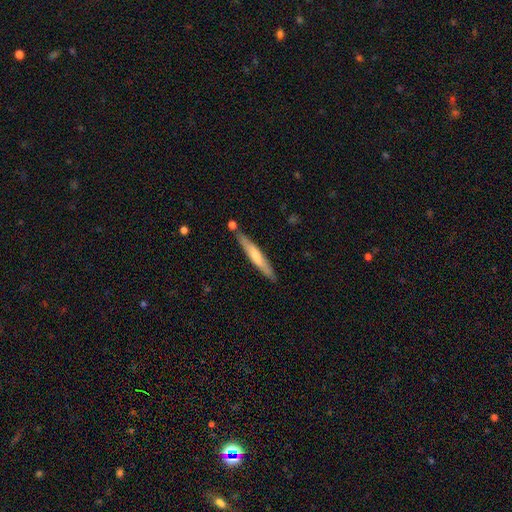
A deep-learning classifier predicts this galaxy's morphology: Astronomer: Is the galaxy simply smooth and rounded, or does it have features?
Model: smooth — 57% (runner-up: featured or disk, 38%).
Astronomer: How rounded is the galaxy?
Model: cigar-shaped — 94%.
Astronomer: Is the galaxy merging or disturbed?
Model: none — 80%.